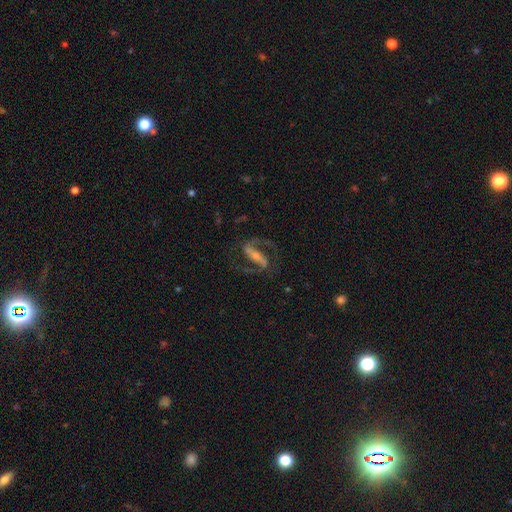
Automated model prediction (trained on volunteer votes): Q: Smooth or featured?
A: featured or disk (89%); runner-up: smooth (6%)
Q: Edge-on disk?
A: no (94%); runner-up: yes (6%)
Q: Bar?
A: strong (71%); runner-up: weak (20%)
Q: Spiral arms?
A: yes (96%); runner-up: no (4%)
Q: Spiral winding?
A: medium (58%); runner-up: loose (26%)
Q: Spiral arm count?
A: 2 (93%); runner-up: 1 (2%)
Q: Bulge size?
A: small (57%); runner-up: moderate (32%)
Q: Merging?
A: none (76%); runner-up: minor disturbance (12%)